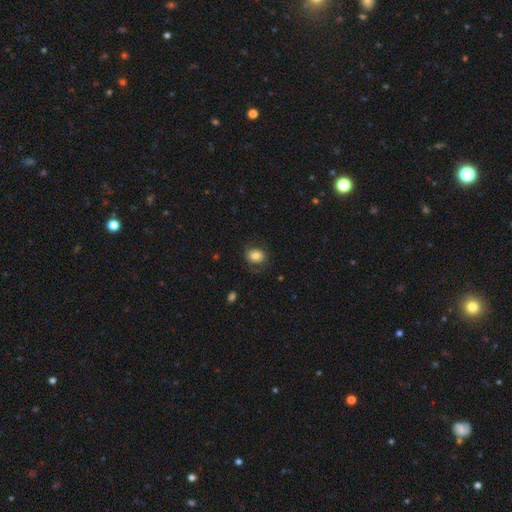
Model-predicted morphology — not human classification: Smooth or featured? Predicted: smooth (p=0.76). How rounded? Predicted: in between (p=0.53). Merging? Predicted: none (p=0.71).